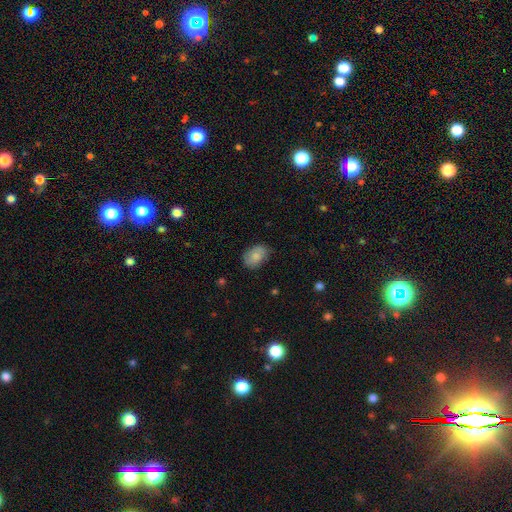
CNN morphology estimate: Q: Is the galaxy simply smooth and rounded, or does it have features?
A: smooth — 79%.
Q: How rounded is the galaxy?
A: in between — 78%.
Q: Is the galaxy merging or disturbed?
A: none — 77%.